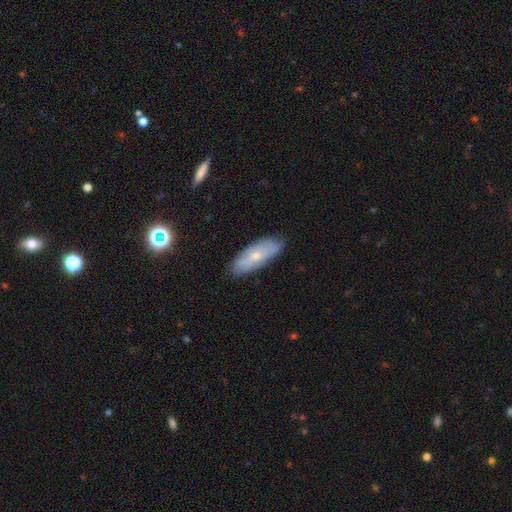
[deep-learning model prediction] smooth_or_featured: smooth (p=0.55) [alt: featured or disk p=0.37]
how_rounded: in between (p=0.69) [alt: cigar-shaped p=0.28]
merging: none (p=0.81) [alt: minor disturbance p=0.15]